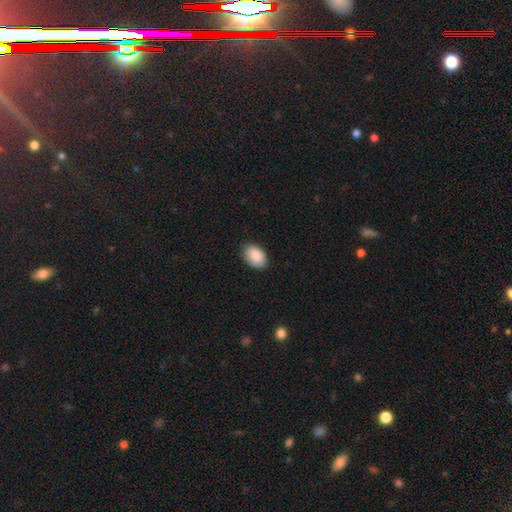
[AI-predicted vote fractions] This appears to be a smooth galaxy with no disk features (88%) that is in between round and cigar-shaped (89%). Merging: none (84%).